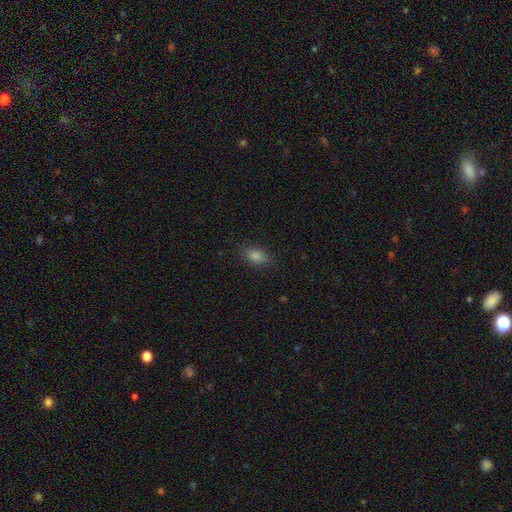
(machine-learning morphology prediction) A smooth galaxy with no disk features (80%) that is in between round and cigar-shaped (85%).

Vote fractions:
- Smooth or featured? smooth: 80% / star or artifact: 13% / featured or disk: 7%
- How rounded? in between: 85% / round: 10% / cigar-shaped: 5%
- Merging? none: 85% / minor disturbance: 11% / major disturbance: 3% / merger: 1%